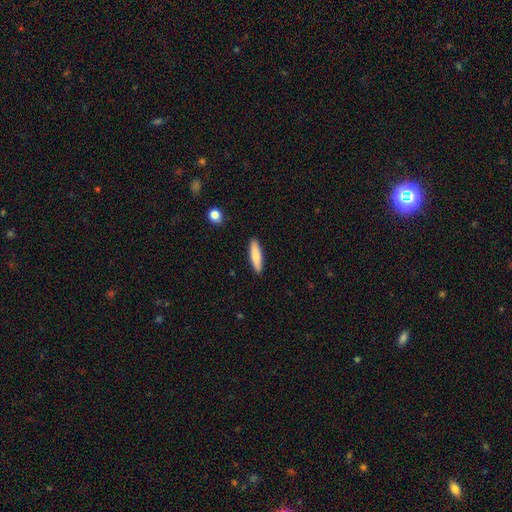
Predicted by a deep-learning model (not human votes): This is clearly a smooth galaxy (80%). How rounded: likely cigar-shaped (73%). Merging: clearly none (90%).